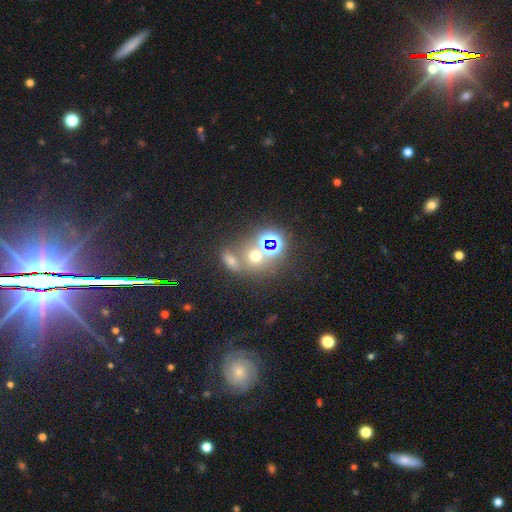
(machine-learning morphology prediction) Q: Smooth or featured?
A: smooth (47%); runner-up: star or artifact (41%)
Q: Merging?
A: none (54%); runner-up: merger (32%)